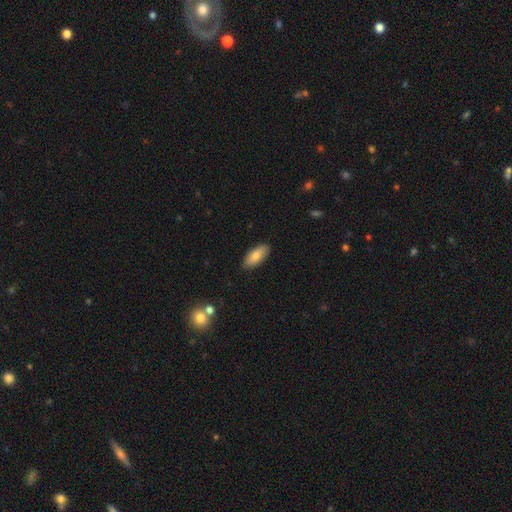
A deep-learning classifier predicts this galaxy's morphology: Smooth or featured?
  - smooth: 79% *
  - featured or disk: 14%
  - star or artifact: 6%
How rounded?
  - in between: 84% *
  - cigar-shaped: 13%
  - round: 2%
Merging?
  - none: 86% *
  - minor disturbance: 11%
  - major disturbance: 2%
  - merger: 1%